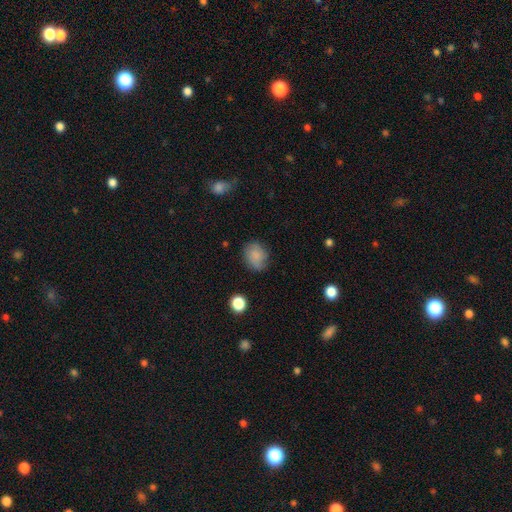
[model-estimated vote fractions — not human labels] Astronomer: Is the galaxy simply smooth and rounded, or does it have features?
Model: smooth — 79%.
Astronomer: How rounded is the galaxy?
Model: round — 52% (runner-up: in between, 47%).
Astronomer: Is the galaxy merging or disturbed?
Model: none — 73%.